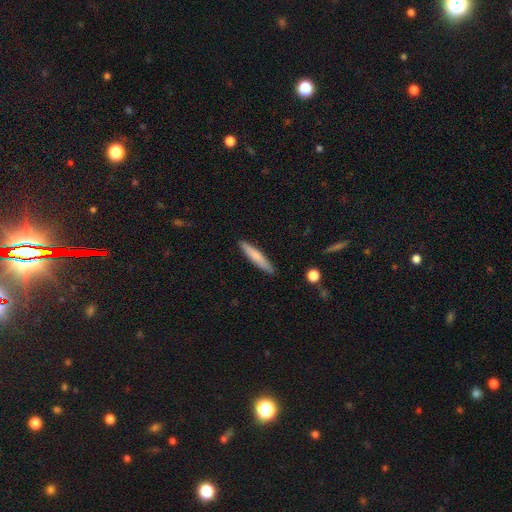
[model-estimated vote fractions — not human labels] smooth 73%, featured or disk 21%, star or artifact 6%. Down the decision tree: how rounded — cigar-shaped (91%); merging — none (90%).